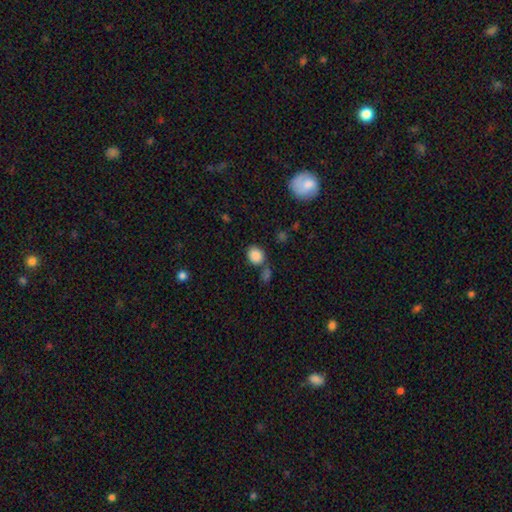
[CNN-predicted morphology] smooth 86%, star or artifact 10%, featured or disk 4%. Down the decision tree: how rounded — round (59%); merging — none (65%).